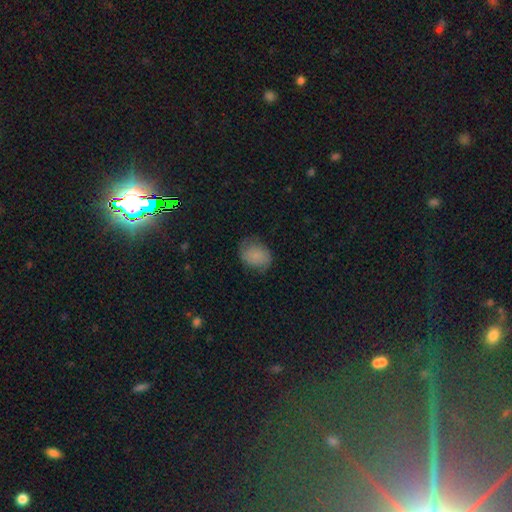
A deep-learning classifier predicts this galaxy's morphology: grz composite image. It shows a smooth galaxy with no disk features (78%) that is in between round and cigar-shaped (54%). Merging: none (66%).